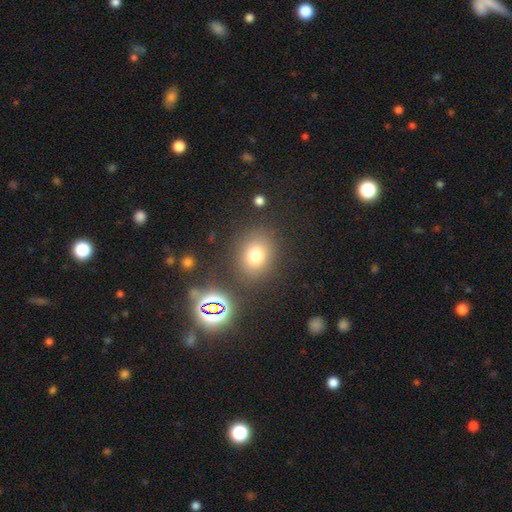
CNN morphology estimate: smooth 73%, star or artifact 18%, featured or disk 9%. Down the decision tree: how rounded — round (62%); merging — none (81%).